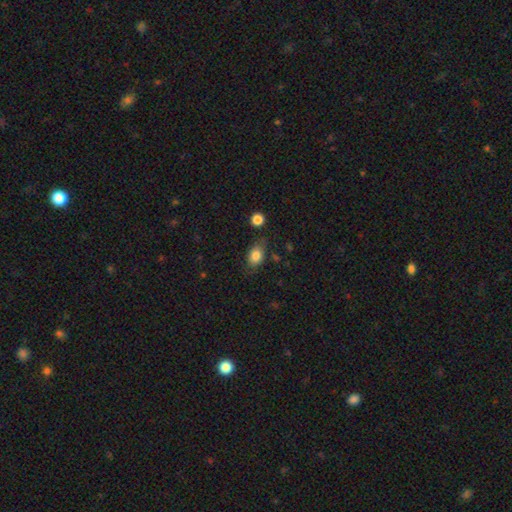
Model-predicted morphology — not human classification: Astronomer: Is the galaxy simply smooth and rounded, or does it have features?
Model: smooth — 82%.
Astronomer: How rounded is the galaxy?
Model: in between — 79%.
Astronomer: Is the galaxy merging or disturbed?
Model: none — 70%.